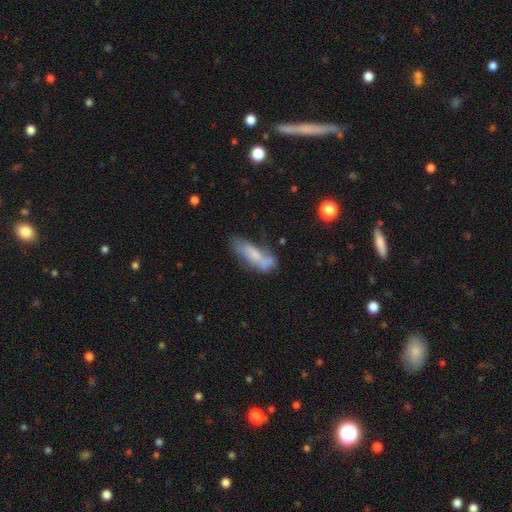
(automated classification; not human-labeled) Morphology: type=smooth (59%); roundness=in between (59%); merging=none (40%).